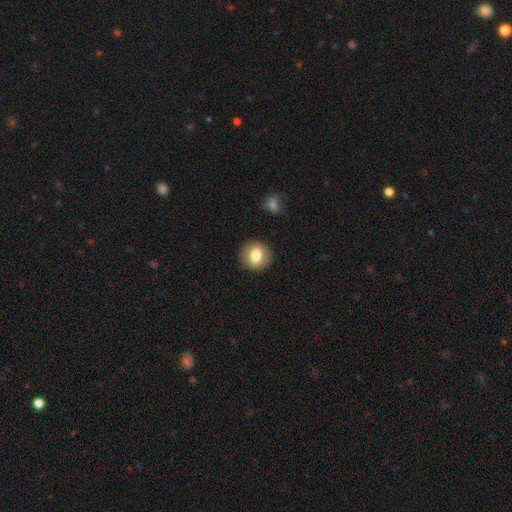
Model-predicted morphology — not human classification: Smooth or featured: smooth — 71% (featured or disk — 20%)
How rounded: round — 82% (in between — 17%)
Merging: none — 90% (minor disturbance — 7%)